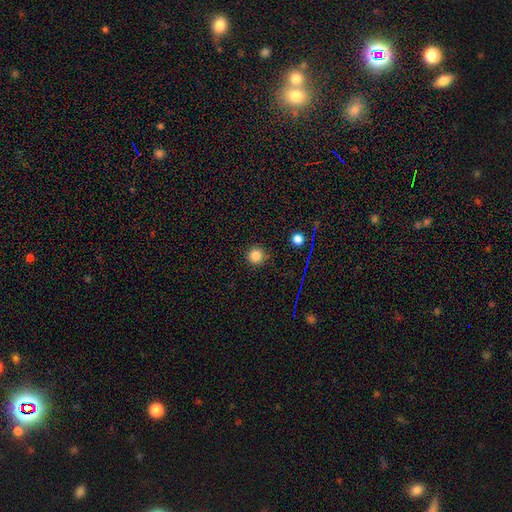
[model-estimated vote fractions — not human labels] The model was most divided on "smooth or featured": smooth: 81%, star or artifact: 14%, featured or disk: 5%. More confident: how rounded — round (95%); merging — none (89%).